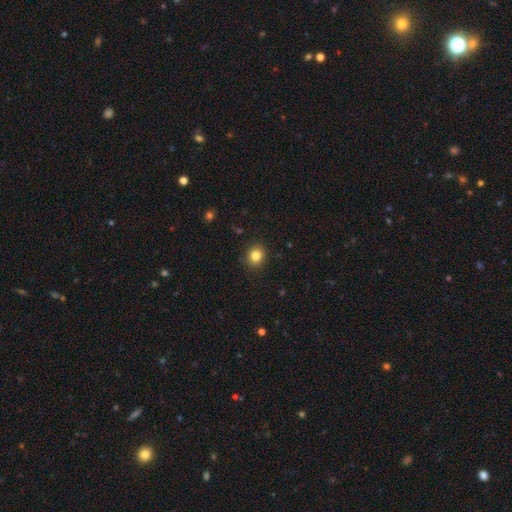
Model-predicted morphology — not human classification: Smooth or featured?
  - smooth: 84% *
  - star or artifact: 11%
  - featured or disk: 5%
How rounded?
  - round: 81% *
  - in between: 18%
  - cigar-shaped: 1%
Merging?
  - none: 89% *
  - minor disturbance: 8%
  - major disturbance: 2%
  - merger: 1%